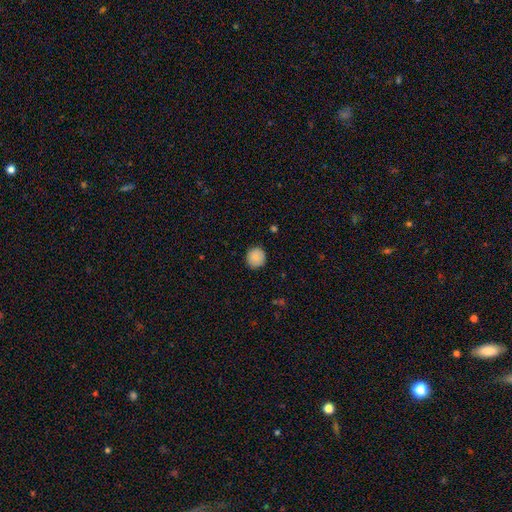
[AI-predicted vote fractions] A smooth galaxy with no disk features (84%) that is round (92%). Merging: none (87%).